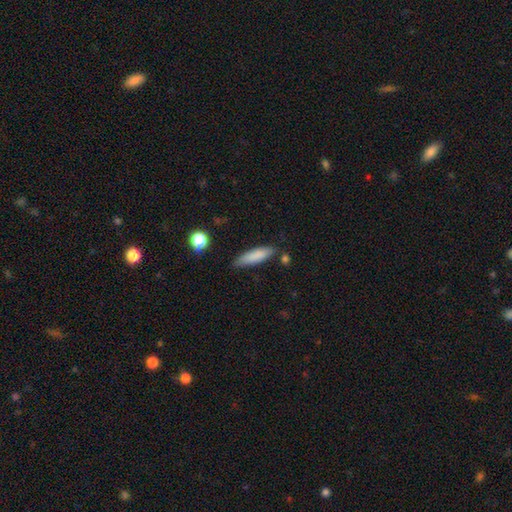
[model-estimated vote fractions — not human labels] Smooth or featured: smooth — 83% (featured or disk — 10%)
How rounded: cigar-shaped — 63% (in between — 35%)
Merging: none — 78% (minor disturbance — 16%)